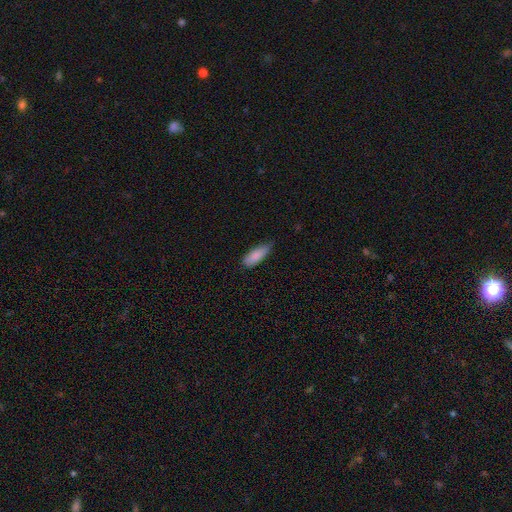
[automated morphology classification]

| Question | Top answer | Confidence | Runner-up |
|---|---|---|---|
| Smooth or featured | smooth | 86% | featured or disk (7%) |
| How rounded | in between | 69% | cigar-shaped (29%) |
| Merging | none | 59% | minor disturbance (35%) |